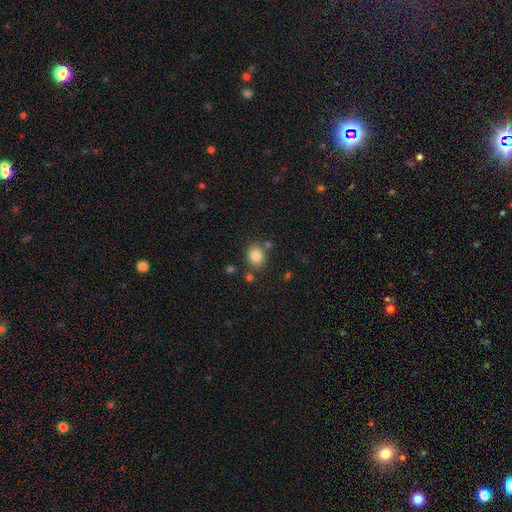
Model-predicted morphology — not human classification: Overall: smooth (83%). How rounded: round (61%; in between 38%). Merging: none (77%).